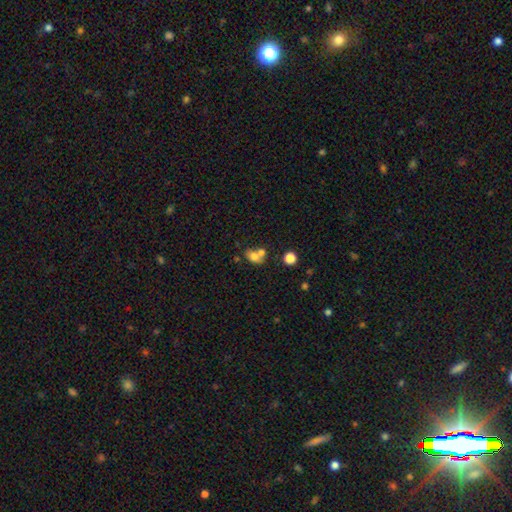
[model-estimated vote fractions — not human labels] smooth_or_featured: smooth (p=0.70) [alt: featured or disk p=0.18]
how_rounded: in between (p=0.59) [alt: round p=0.39]
merging: merger (p=0.51) [alt: none p=0.32]